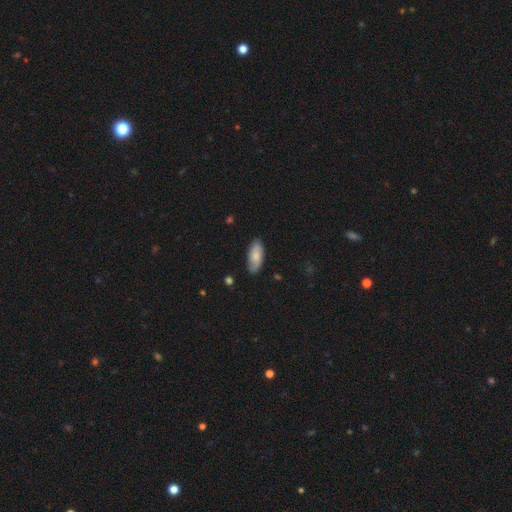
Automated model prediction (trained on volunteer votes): Morphology: type=smooth (78%); roundness=in between (86%); merging=none (83%).